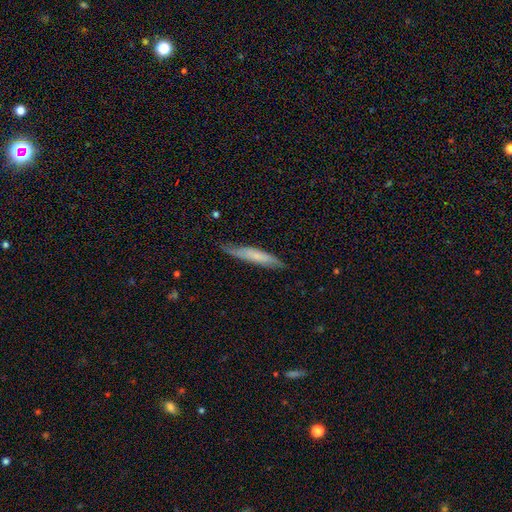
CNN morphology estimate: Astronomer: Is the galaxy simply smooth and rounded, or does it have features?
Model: smooth — 55% (runner-up: featured or disk, 40%).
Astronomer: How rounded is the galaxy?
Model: cigar-shaped — 89%.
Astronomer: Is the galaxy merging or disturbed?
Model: none — 73%.